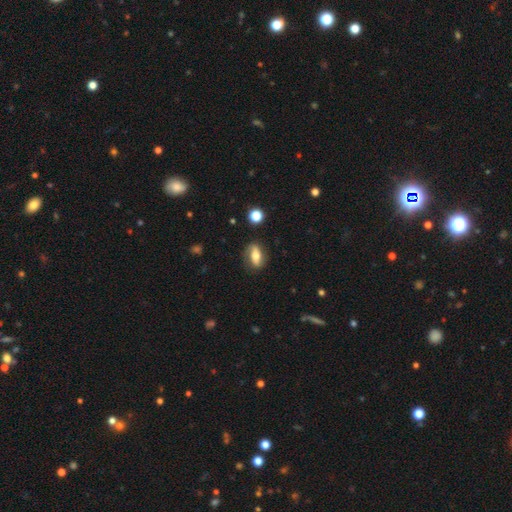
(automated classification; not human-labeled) A smooth galaxy with no disk features (49%). Merging: none (77%).